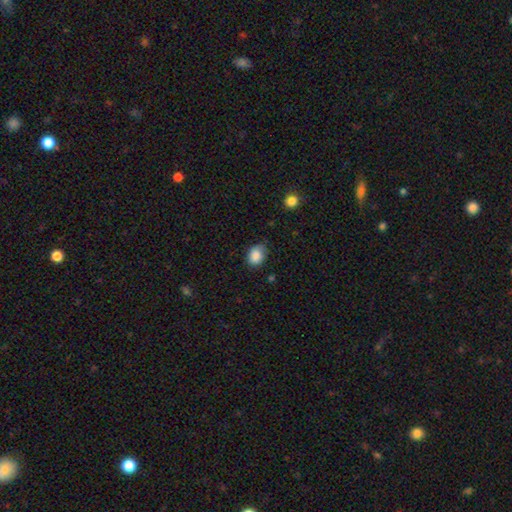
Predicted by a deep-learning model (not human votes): Morphology: type=smooth (87%); roundness=in between (67%); merging=none (65%).